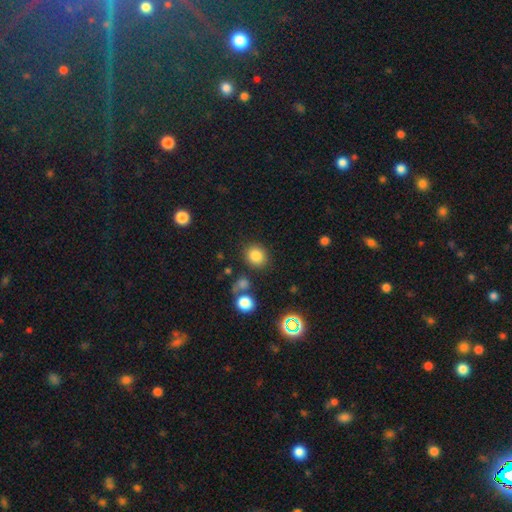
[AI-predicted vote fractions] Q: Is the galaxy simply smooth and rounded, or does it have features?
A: smooth — 82%.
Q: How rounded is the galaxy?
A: round — 75%.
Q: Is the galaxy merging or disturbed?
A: none — 81%.